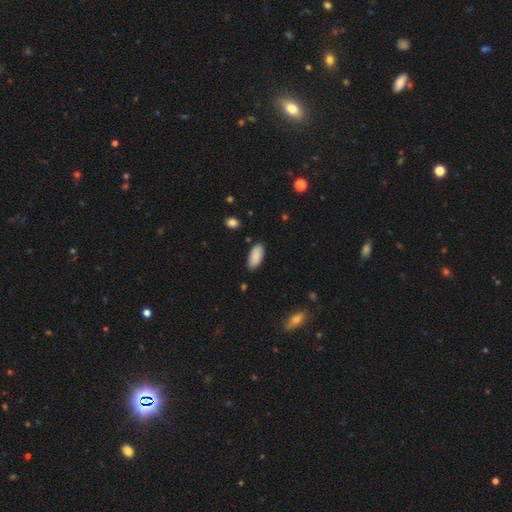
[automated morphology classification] Smooth or featured? Predicted: smooth (p=0.89). How rounded? Predicted: in between (p=0.89). Merging? Predicted: none (p=0.86).